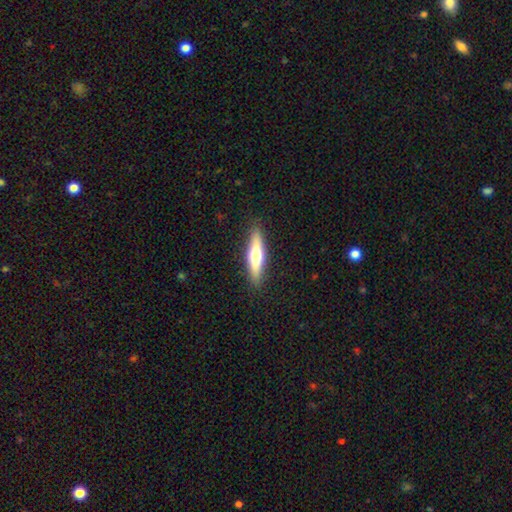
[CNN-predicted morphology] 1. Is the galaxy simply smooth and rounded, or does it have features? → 53% smooth, 41% featured or disk, 6% star or artifact.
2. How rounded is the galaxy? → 76% cigar-shaped, 23% in between, 2% round.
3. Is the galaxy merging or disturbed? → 89% none, 8% minor disturbance, 2% major disturbance, 1% merger.